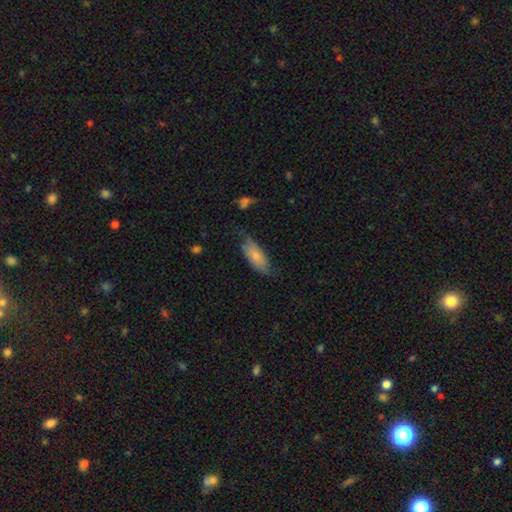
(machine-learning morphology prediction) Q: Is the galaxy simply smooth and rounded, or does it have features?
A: smooth — 78%.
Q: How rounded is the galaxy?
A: in between — 81%.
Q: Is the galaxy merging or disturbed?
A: none — 59%.